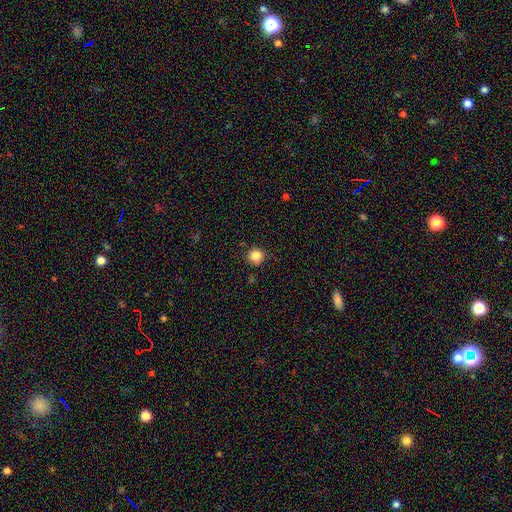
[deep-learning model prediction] A smooth galaxy with no disk features (84%) that is round (92%). Merging: none (85%).